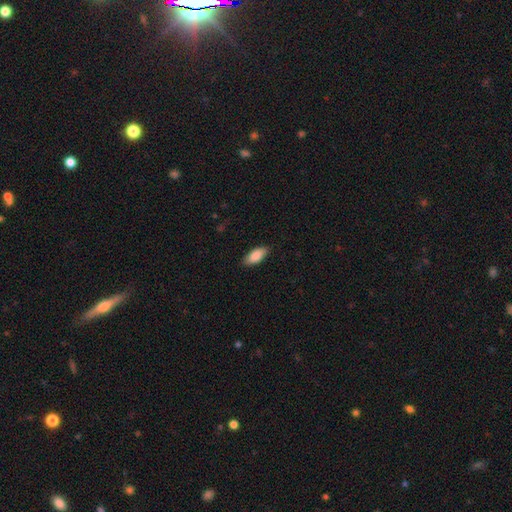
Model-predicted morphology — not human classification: Q: Smooth or featured?
A: smooth (89%); runner-up: star or artifact (6%)
Q: How rounded?
A: in between (88%); runner-up: cigar-shaped (10%)
Q: Merging?
A: none (86%); runner-up: minor disturbance (11%)